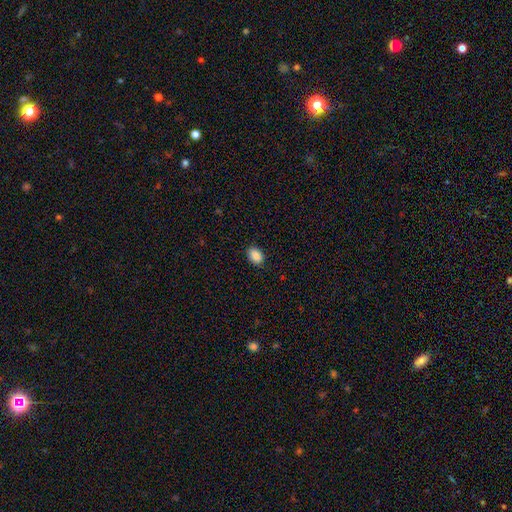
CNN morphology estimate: type=smooth (89%); roundness=in between (81%); merging=none (89%).